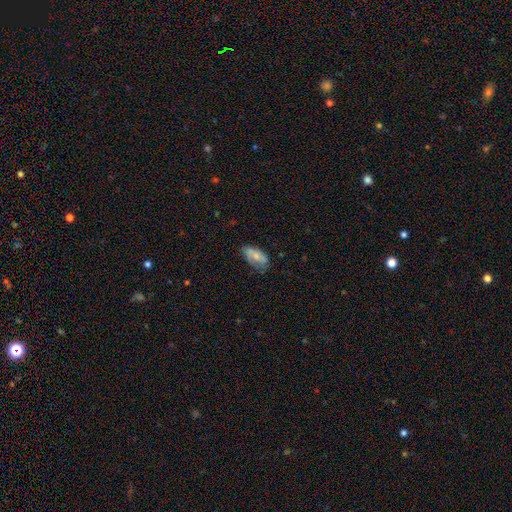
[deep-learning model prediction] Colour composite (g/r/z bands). It shows a smooth galaxy with no disk features (53%) that is in between round and cigar-shaped (90%). Merging: none (52%).